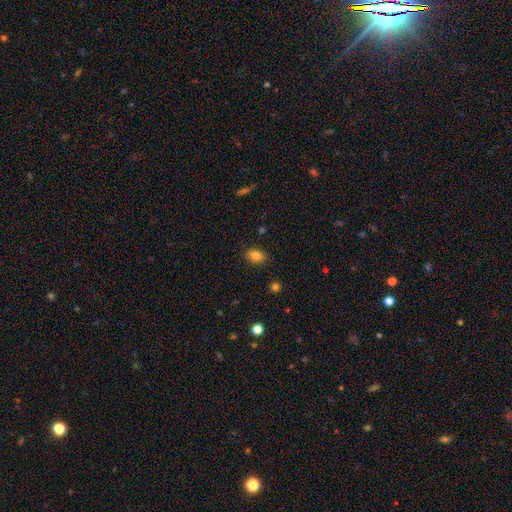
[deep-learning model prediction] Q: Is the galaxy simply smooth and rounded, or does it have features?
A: smooth — 83%.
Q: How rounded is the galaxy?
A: in between — 81%.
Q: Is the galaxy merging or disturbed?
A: none — 86%.